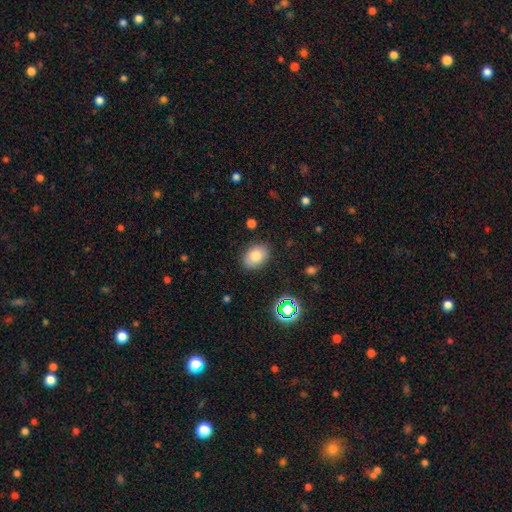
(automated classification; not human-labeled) This is likely a smooth galaxy (79%). How rounded: likely in between (77%). Merging: clearly none (84%).